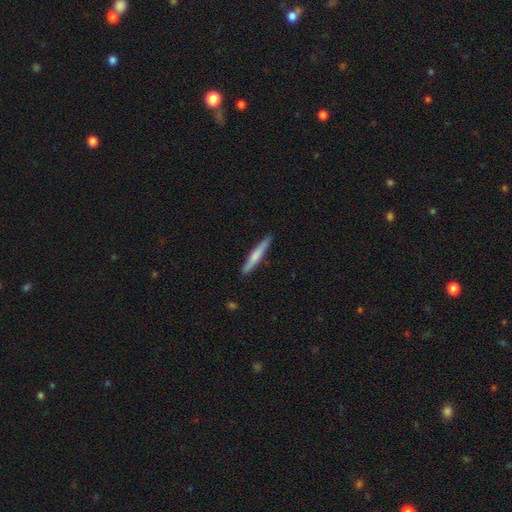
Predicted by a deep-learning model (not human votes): This is likely a smooth galaxy (62%). How rounded: clearly cigar-shaped (95%). Merging: clearly none (89%).